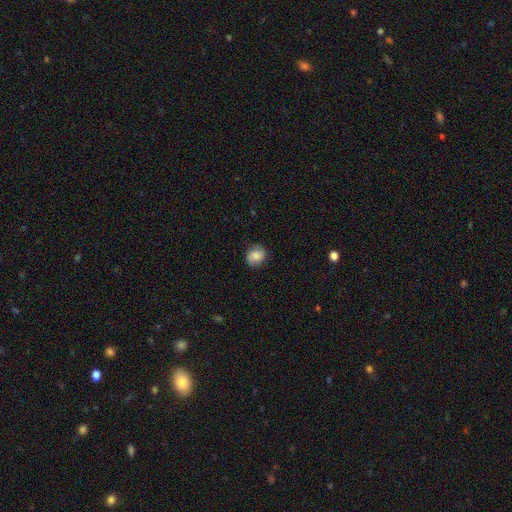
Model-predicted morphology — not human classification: This is likely a smooth galaxy (78%). How rounded: likely round (70%). Merging: clearly none (82%).